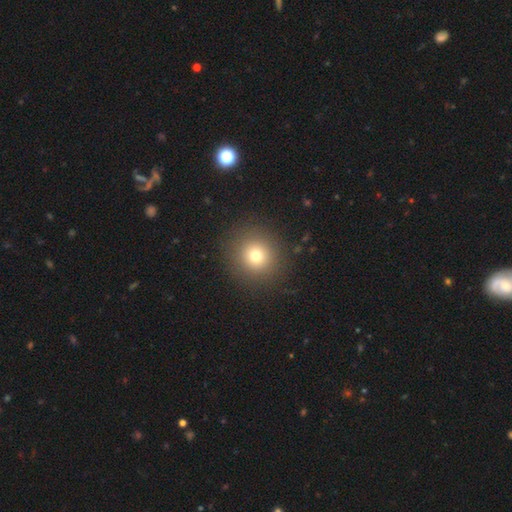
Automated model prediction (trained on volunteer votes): Smooth or featured? Predicted: smooth (p=0.74). How rounded? Predicted: round (p=0.93). Merging? Predicted: none (p=0.89).